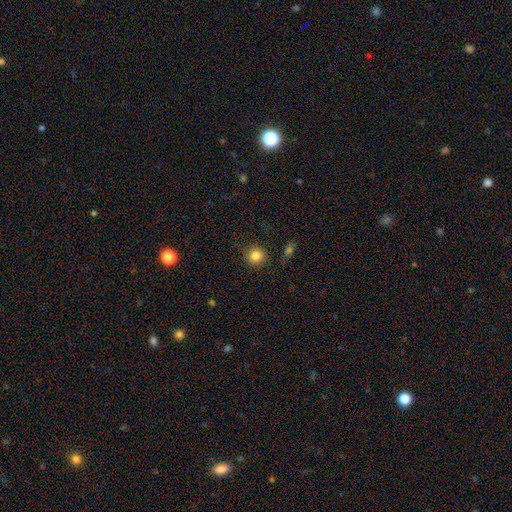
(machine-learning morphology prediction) type=smooth (83%); roundness=round (92%); merging=none (86%).